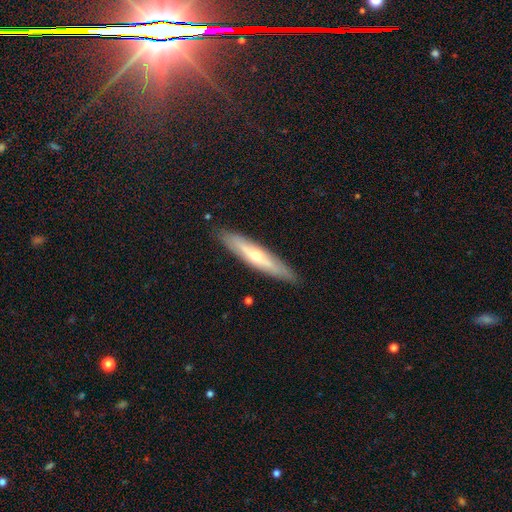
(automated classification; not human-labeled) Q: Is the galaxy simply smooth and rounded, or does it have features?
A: featured or disk — 57%.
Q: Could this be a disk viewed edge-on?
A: yes — 78%.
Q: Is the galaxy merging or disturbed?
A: none — 88%.